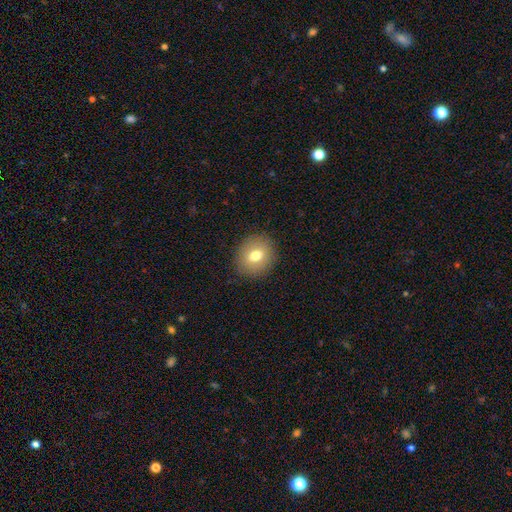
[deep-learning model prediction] The model was most divided on "how rounded": round: 68%, in between: 31%, cigar-shaped: 1%. More confident: merging — none (88%); smooth or featured — smooth (74%).